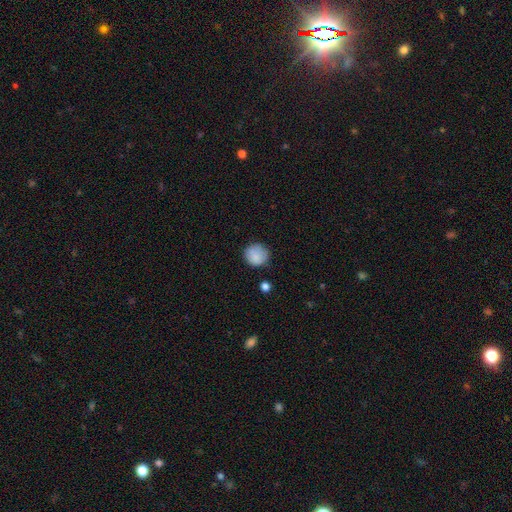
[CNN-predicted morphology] This appears to be a smooth galaxy with no disk features (84%) that is round (90%). Merging: none (76%).